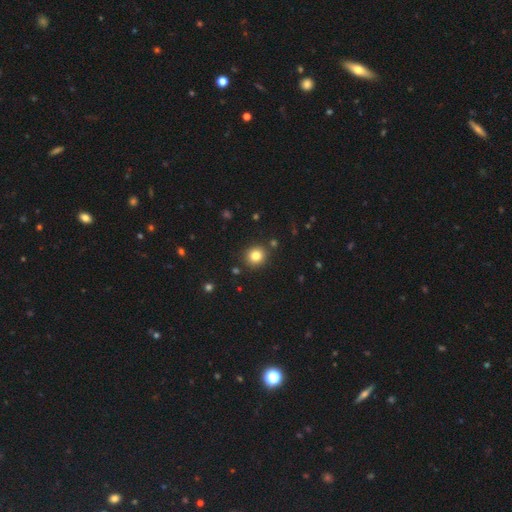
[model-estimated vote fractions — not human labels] Overall: smooth (81%). How rounded: round (87%). Merging: none (88%).